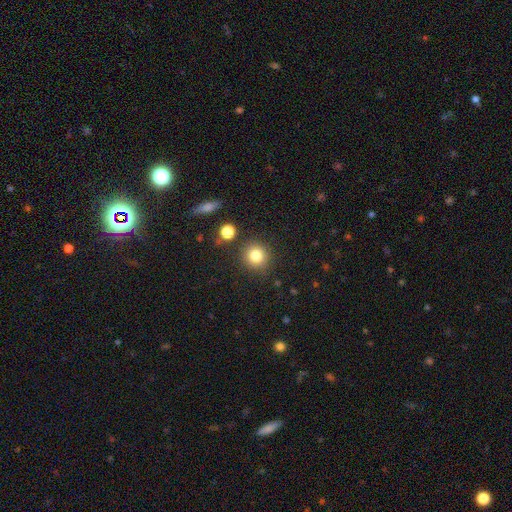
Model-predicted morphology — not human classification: Smooth or featured?
  - smooth: 81% *
  - star or artifact: 12%
  - featured or disk: 7%
How rounded?
  - round: 91% *
  - in between: 8%
  - cigar-shaped: 1%
Merging?
  - none: 86% *
  - minor disturbance: 8%
  - merger: 4%
  - major disturbance: 3%